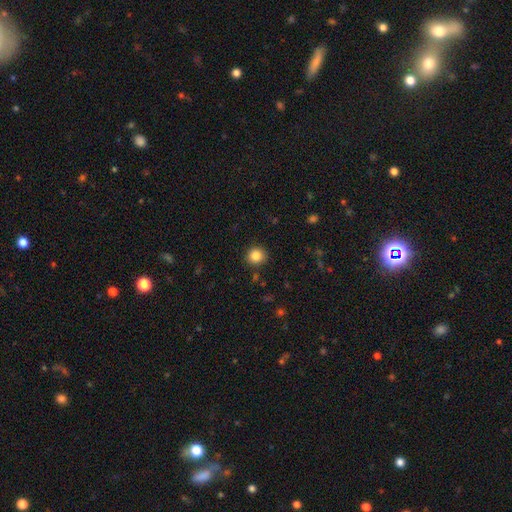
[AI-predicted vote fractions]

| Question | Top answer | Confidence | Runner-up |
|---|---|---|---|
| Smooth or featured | smooth | 85% | star or artifact (11%) |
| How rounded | round | 90% | in between (9%) |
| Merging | none | 90% | minor disturbance (6%) |